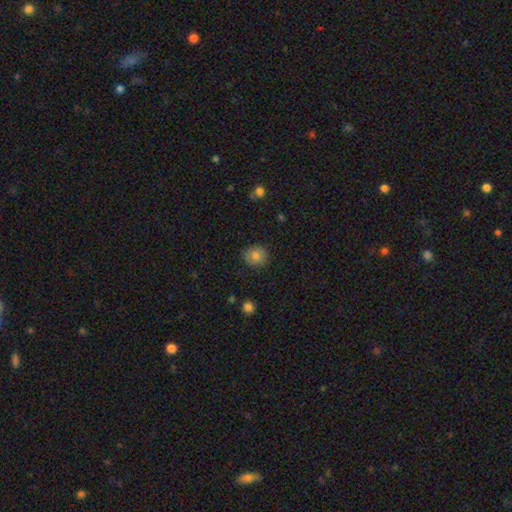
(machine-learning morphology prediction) This appears to be a smooth galaxy with no disk features (81%) that is round (83%). Merging: none (87%).